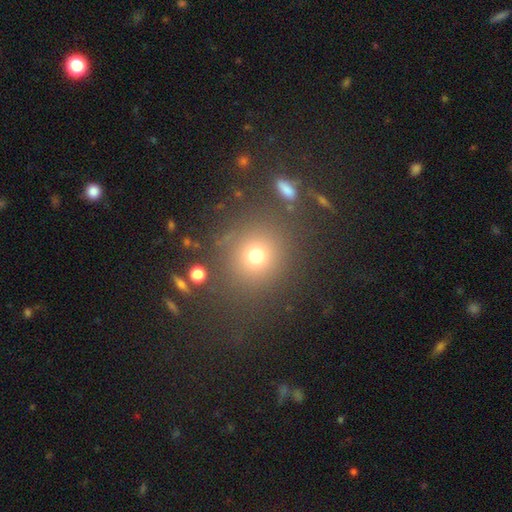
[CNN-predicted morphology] This is likely a smooth galaxy (72%). How rounded: clearly round (84%). Merging: clearly none (81%).